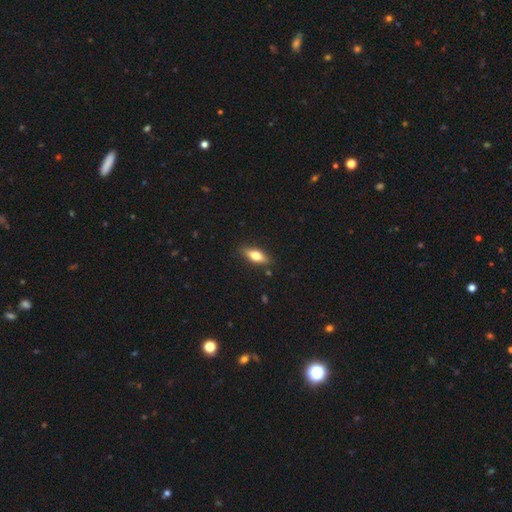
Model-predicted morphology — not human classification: Smooth or featured?
  - smooth: 64% *
  - featured or disk: 29%
  - star or artifact: 7%
How rounded?
  - in between: 67% *
  - cigar-shaped: 29%
  - round: 3%
Merging?
  - none: 86% *
  - minor disturbance: 10%
  - major disturbance: 2%
  - merger: 1%